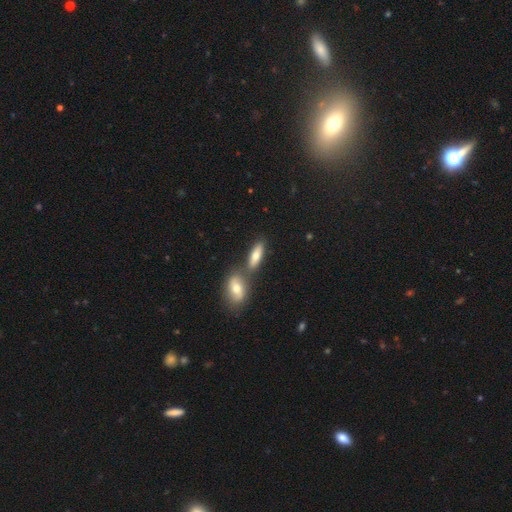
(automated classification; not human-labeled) Smooth or featured: smooth — 69% (featured or disk — 24%)
How rounded: in between — 61% (cigar-shaped — 36%)
Merging: none — 55% (merger — 32%)